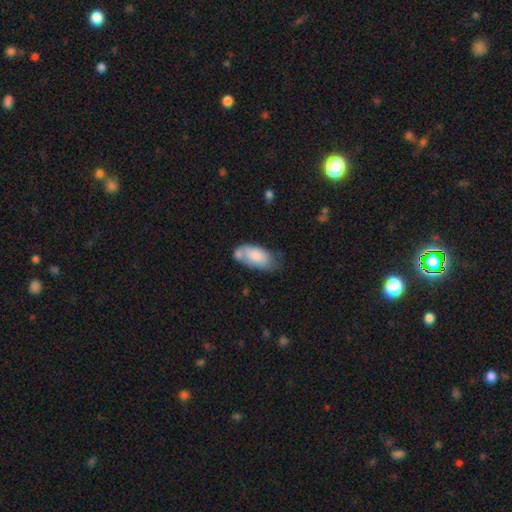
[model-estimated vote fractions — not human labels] Smooth or featured: smooth — 79% (featured or disk — 15%)
How rounded: in between — 93% (cigar-shaped — 4%)
Merging: none — 38% (merger — 27%)